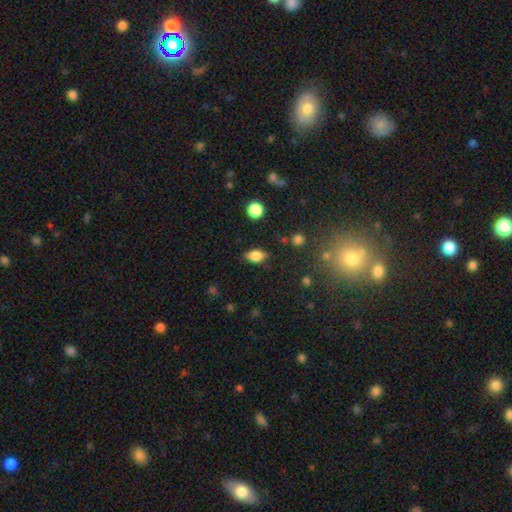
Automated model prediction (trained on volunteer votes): Smooth or featured?
  - smooth: 80% *
  - featured or disk: 11%
  - star or artifact: 9%
How rounded?
  - in between: 87% *
  - round: 8%
  - cigar-shaped: 5%
Merging?
  - none: 81% *
  - minor disturbance: 14%
  - major disturbance: 3%
  - merger: 2%